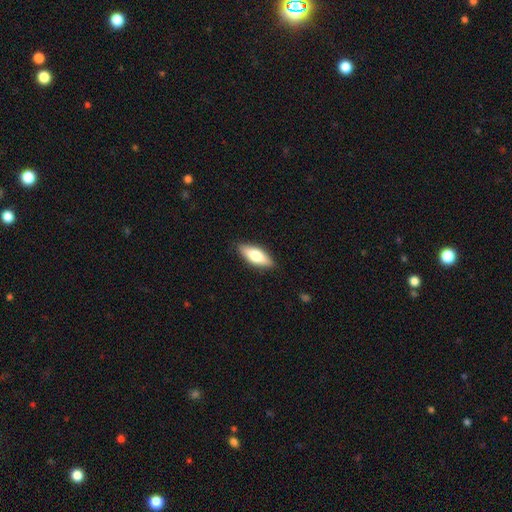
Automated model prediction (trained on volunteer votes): Smooth or featured? Predicted: smooth (p=0.65). How rounded? Predicted: in between (p=0.68). Merging? Predicted: none (p=0.88).